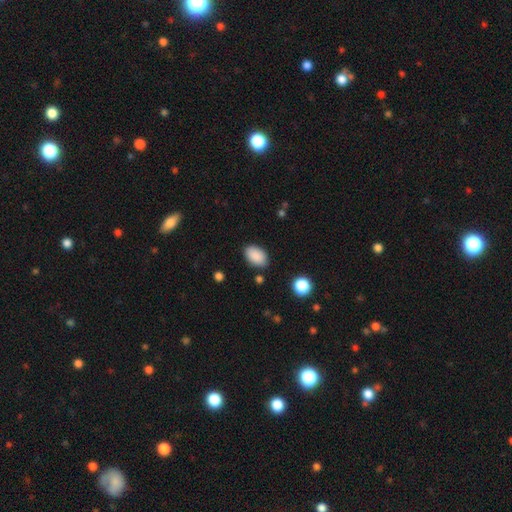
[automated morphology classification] smooth_or_featured: smooth (p=0.89) [alt: star or artifact p=0.07]
how_rounded: in between (p=0.91) [alt: round p=0.08]
merging: none (p=0.85) [alt: minor disturbance p=0.10]